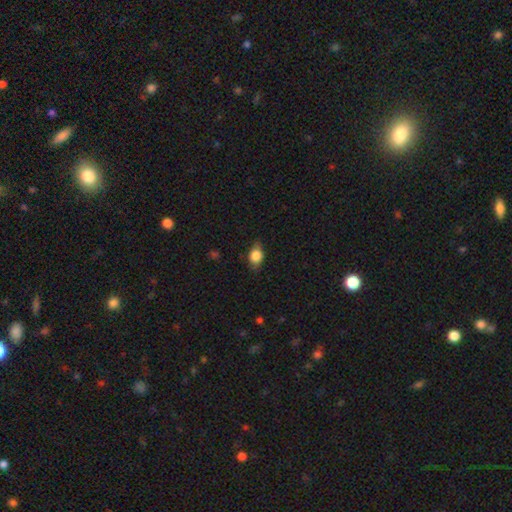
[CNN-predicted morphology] This is likely a smooth galaxy (79%). How rounded: likely in between (70%). Merging: likely none (76%).